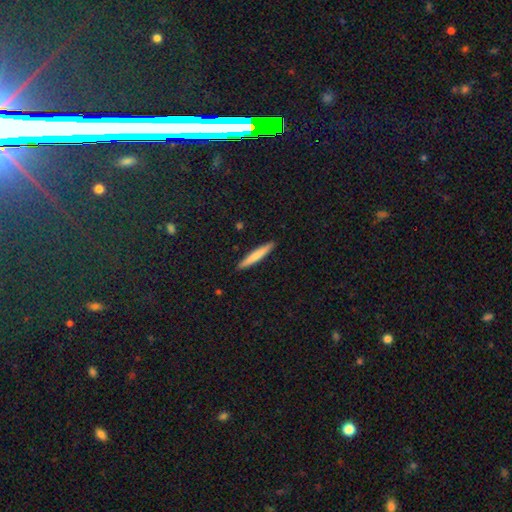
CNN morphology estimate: A smooth galaxy with no disk features (73%) that is cigar-shaped (95%). Merging: none (92%).